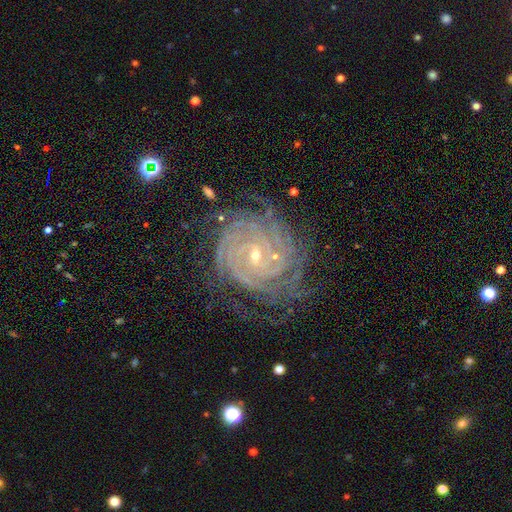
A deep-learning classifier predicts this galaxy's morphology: Overall: featured or disk (89%). Edge-on disk: no (97%). Bar: no (54%; weak 30%). Spiral arms: yes (98%). Spiral arm count: 4 (24%; more than 4 23%). Spiral winding: tight (85%). Bulge size: small (74%). Merging: none (74%).